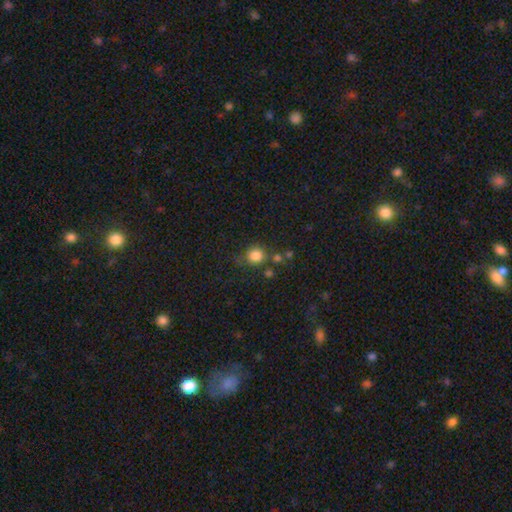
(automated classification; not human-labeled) smooth-or-featured: smooth: 82% | star or artifact: 12% | featured or disk: 6%
  how-rounded: round: 83% | in between: 16% | cigar-shaped: 1%
  merging: none: 68% | minor disturbance: 15% | merger: 11% | major disturbance: 6%